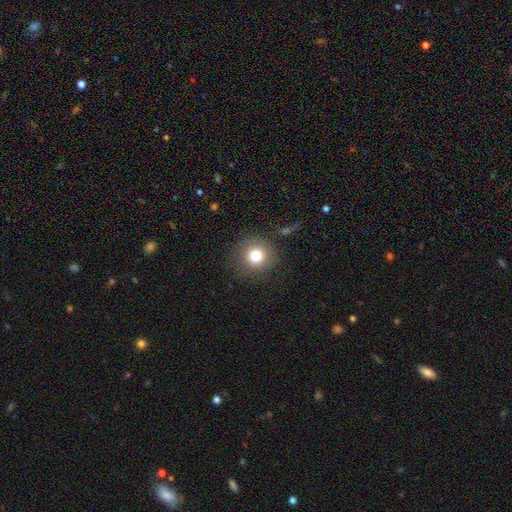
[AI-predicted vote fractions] Morphology: type=smooth (78%); roundness=round (92%); merging=none (85%).